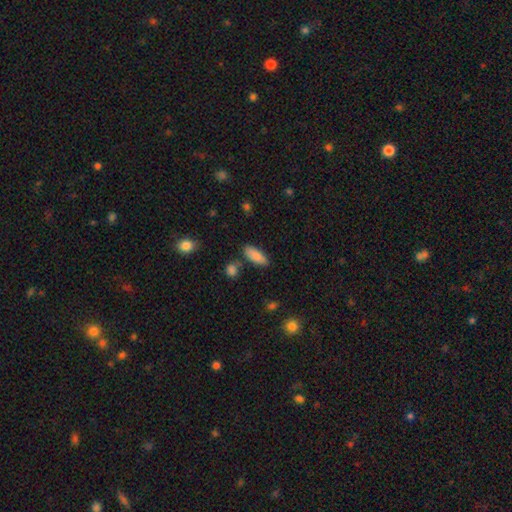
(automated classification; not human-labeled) smooth-or-featured: smooth: 87% | star or artifact: 7% | featured or disk: 6%
  how-rounded: in between: 77% | cigar-shaped: 21% | round: 2%
  merging: none: 77% | minor disturbance: 13% | merger: 6% | major disturbance: 3%